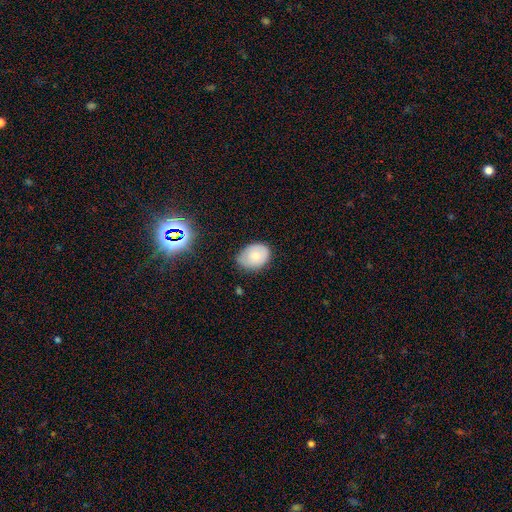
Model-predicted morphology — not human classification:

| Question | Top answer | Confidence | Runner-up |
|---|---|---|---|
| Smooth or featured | smooth | 74% | featured or disk (17%) |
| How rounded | in between | 69% | round (30%) |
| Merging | none | 63% | minor disturbance (30%) |